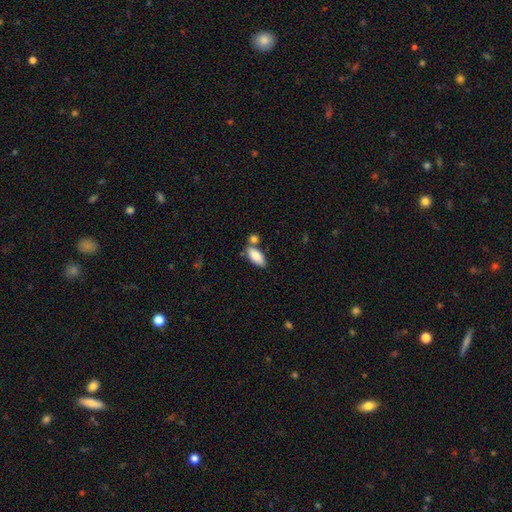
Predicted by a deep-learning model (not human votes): A smooth galaxy with no disk features (85%) that is in between round and cigar-shaped (86%).

Vote fractions:
- Smooth or featured? smooth: 85% / featured or disk: 9% / star or artifact: 6%
- How rounded? in between: 86% / cigar-shaped: 12% / round: 2%
- Merging? none: 62% / merger: 21% / minor disturbance: 14% / major disturbance: 4%